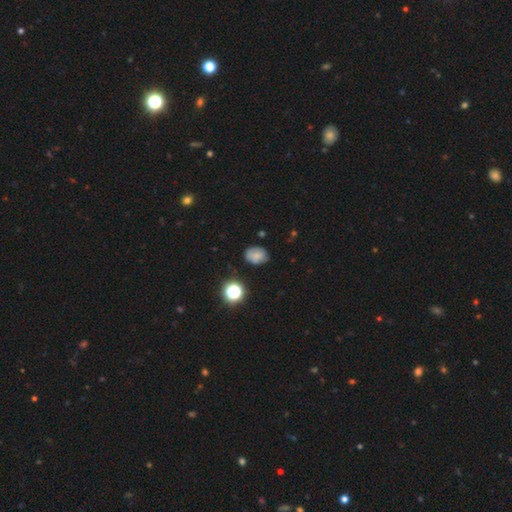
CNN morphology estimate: Smooth or featured? Predicted: smooth (p=0.71). How rounded? Predicted: in between (p=0.63). Merging? Predicted: none (p=0.73).